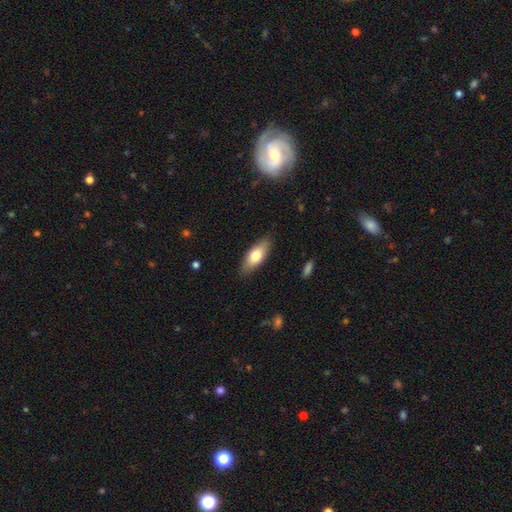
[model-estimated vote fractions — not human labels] Smooth or featured?
  - smooth: 72% *
  - featured or disk: 22%
  - star or artifact: 6%
How rounded?
  - in between: 76% *
  - cigar-shaped: 22%
  - round: 3%
Merging?
  - none: 85% *
  - minor disturbance: 11%
  - major disturbance: 2%
  - merger: 1%